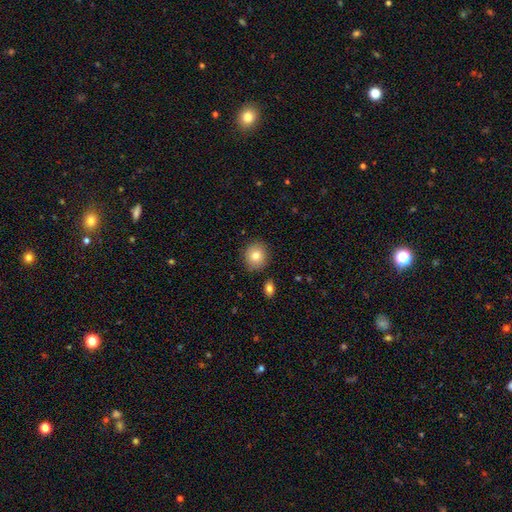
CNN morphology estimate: smooth 80%, featured or disk 11%, star or artifact 9%. Down the decision tree: how rounded — round (83%); merging — none (87%).